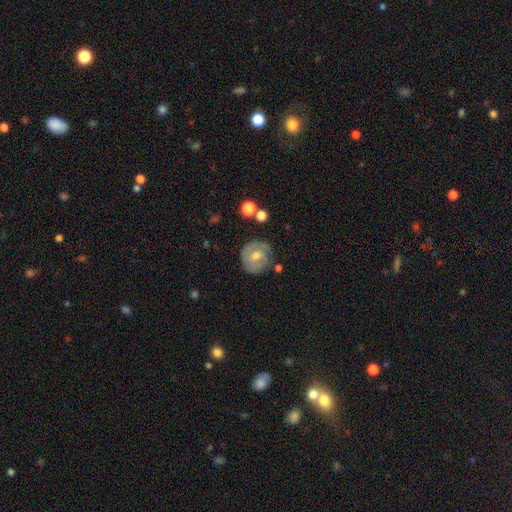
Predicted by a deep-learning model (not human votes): Morphology: type=featured or disk (57%); edge-on=no (97%); bar=no (54%); spiral arms=yes (72%); bulge=moderate (68%); merging=none (74%).